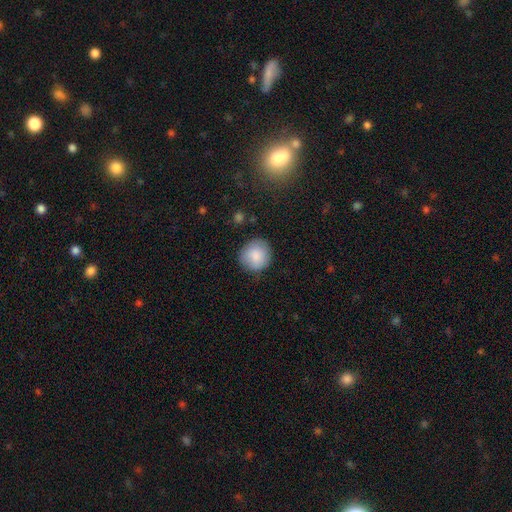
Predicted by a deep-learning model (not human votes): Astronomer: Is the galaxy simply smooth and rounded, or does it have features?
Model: smooth — 86%.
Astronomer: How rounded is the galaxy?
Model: round — 90%.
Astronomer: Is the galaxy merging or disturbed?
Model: none — 83%.